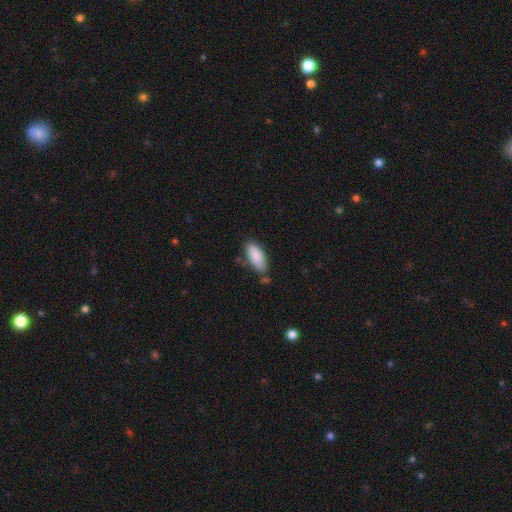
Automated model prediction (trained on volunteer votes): Smooth or featured? smooth (88%)
How rounded? in between (86%)
Merging? none (65%)